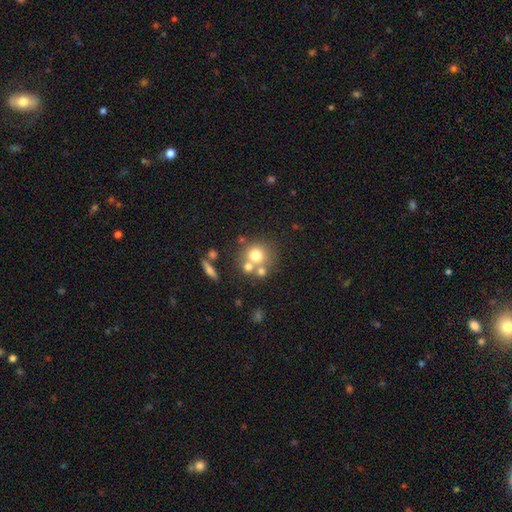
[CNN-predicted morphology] The model was most divided on "merging": none: 52%, merger: 34%, minor disturbance: 9%, major disturbance: 5%. More confident: how rounded — round (87%); smooth or featured — smooth (68%).